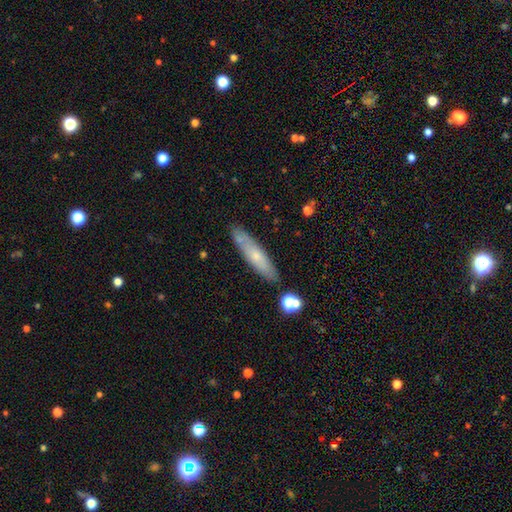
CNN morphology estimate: type=smooth (57%); roundness=cigar-shaped (83%); merging=none (81%).